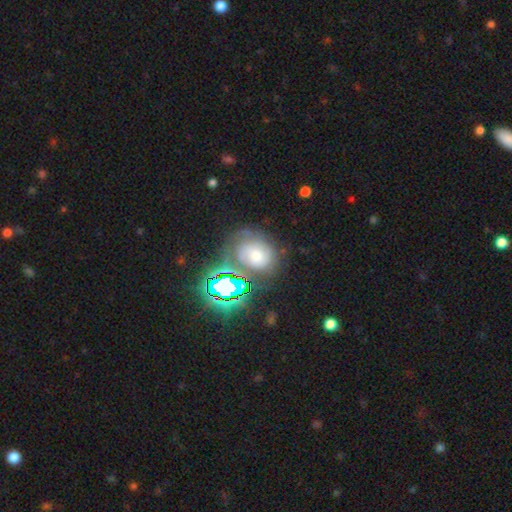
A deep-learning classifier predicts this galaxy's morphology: Smooth or featured? smooth (39%)
Merging? none (52%)